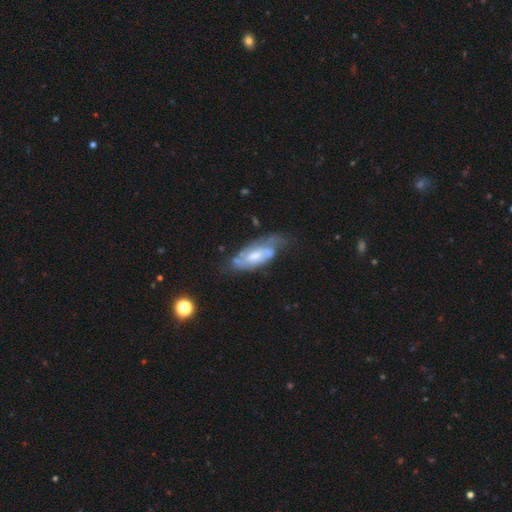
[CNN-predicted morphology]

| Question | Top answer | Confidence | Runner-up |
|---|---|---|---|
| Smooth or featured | featured or disk | 71% | smooth (23%) |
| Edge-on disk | no | 87% | yes (13%) |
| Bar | no | 48% | weak (41%) |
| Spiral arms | yes | 82% | no (18%) |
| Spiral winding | tight | 43% | medium (41%) |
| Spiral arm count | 2 | 45% | can't tell (38%) |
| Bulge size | moderate | 50% | small (34%) |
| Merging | none | 50% | minor disturbance (29%) |